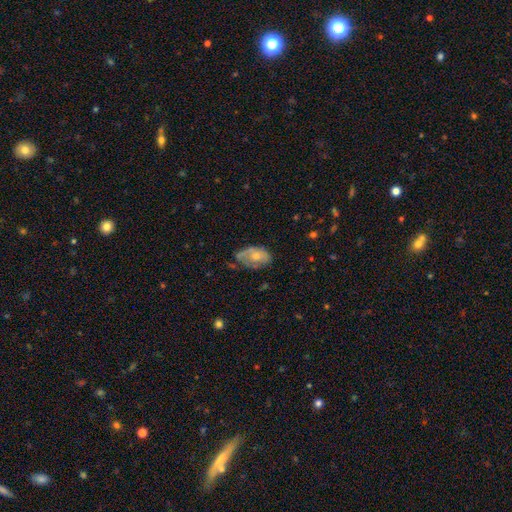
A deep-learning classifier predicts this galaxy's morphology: The model was most divided on "merging": none: 40%, minor disturbance: 37%, major disturbance: 19%, merger: 4%. Remaining: smooth or featured — smooth (48%).